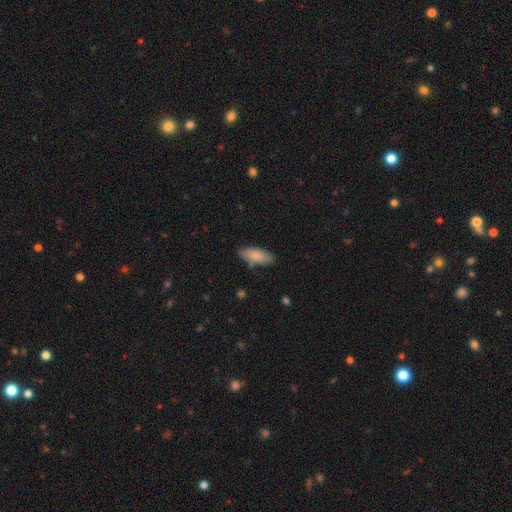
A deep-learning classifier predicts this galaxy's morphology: Overall: smooth (84%). How rounded: in between (77%). Merging: none (81%).